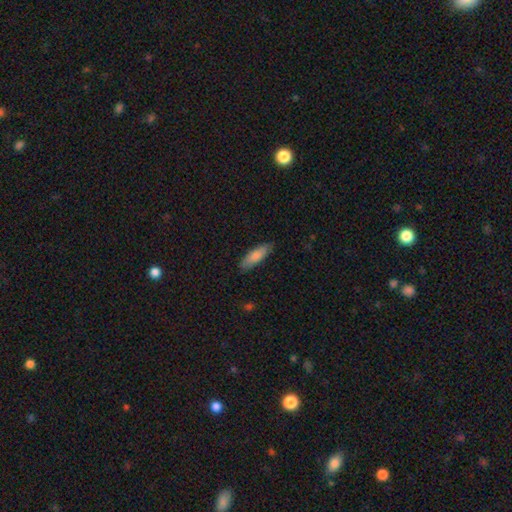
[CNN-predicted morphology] Smooth or featured? Predicted: smooth (p=0.85). How rounded? Predicted: in between (p=0.49, tied with cigar-shaped). Merging? Predicted: none (p=0.85).